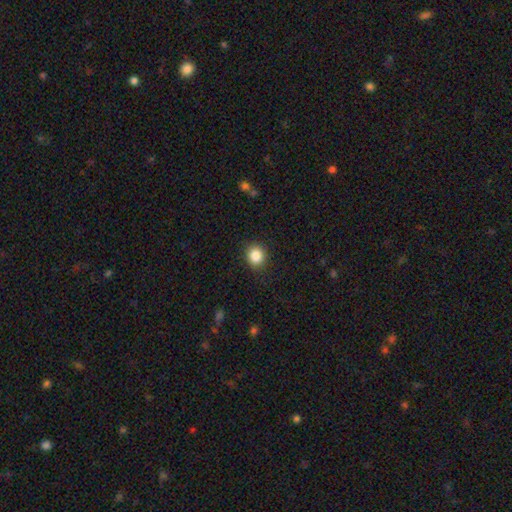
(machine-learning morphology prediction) This appears to be a smooth galaxy with no disk features (86%) that is round (78%). Merging: none (88%).